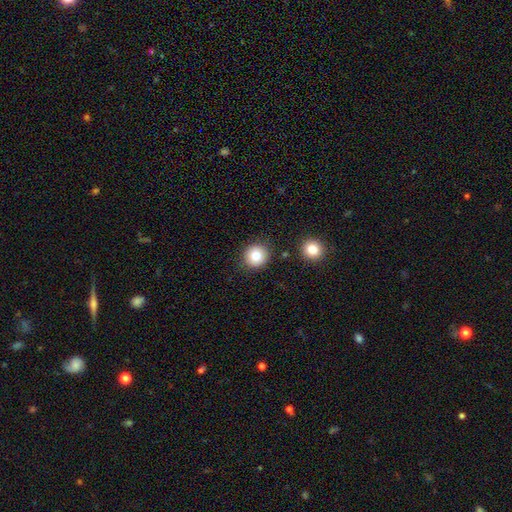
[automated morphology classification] Q: Smooth or featured?
A: smooth (79%); runner-up: star or artifact (11%)
Q: How rounded?
A: round (93%); runner-up: in between (6%)
Q: Merging?
A: none (86%); runner-up: minor disturbance (7%)